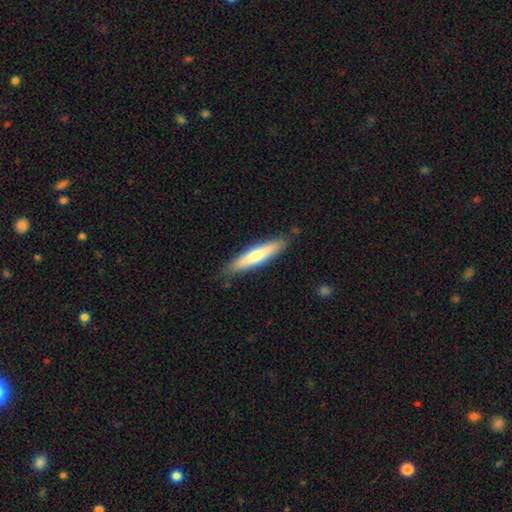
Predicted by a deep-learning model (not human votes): This is possibly a smooth galaxy (60%). How rounded: clearly cigar-shaped (82%). Merging: clearly none (86%).